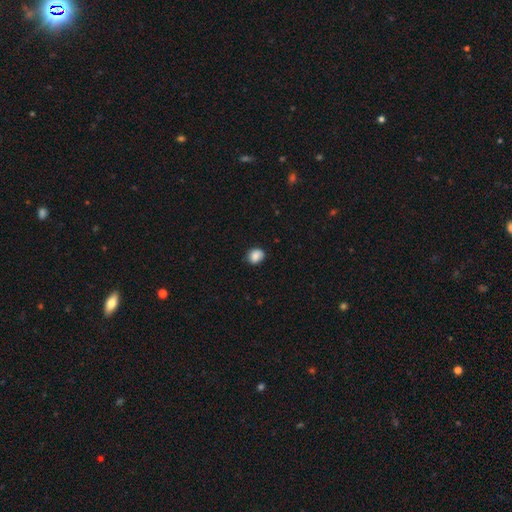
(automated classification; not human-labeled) smooth_or_featured: smooth (p=0.84) [alt: star or artifact p=0.09]
how_rounded: round (p=0.66) [alt: in between p=0.33]
merging: none (p=0.78) [alt: minor disturbance p=0.18]